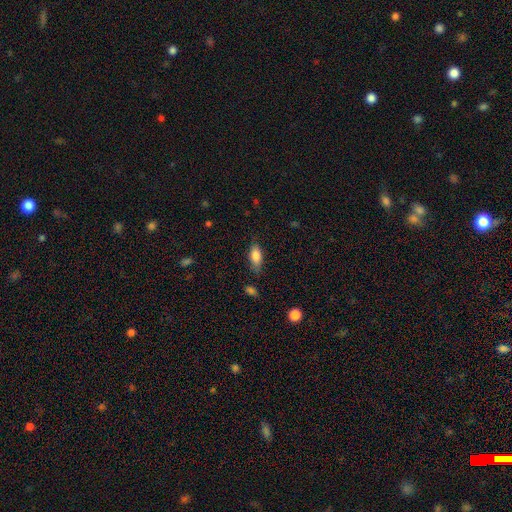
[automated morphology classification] A smooth galaxy with no disk features (81%) that is in between round and cigar-shaped (82%).

Vote fractions:
- Smooth or featured? smooth: 81% / featured or disk: 11% / star or artifact: 8%
- How rounded? in between: 82% / cigar-shaped: 15% / round: 3%
- Merging? none: 75% / minor disturbance: 19% / major disturbance: 4% / merger: 2%